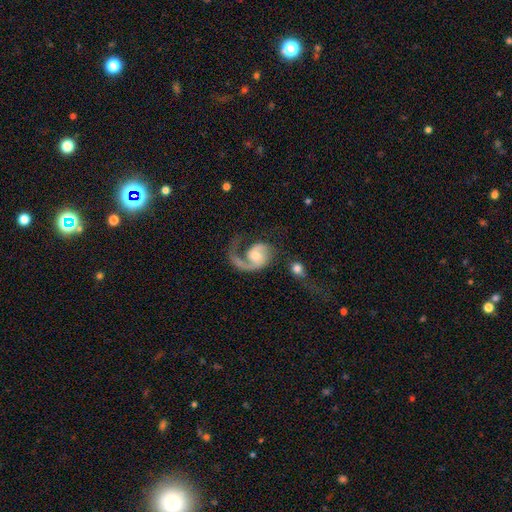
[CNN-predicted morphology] featured or disk 84%, smooth 11%, star or artifact 5%. Down the decision tree: edge-on disk — no (98%); bar — no (62%); spiral arms — yes (96%); spiral arm count — 1 (63%); spiral winding — medium (43%); bulge size — moderate (49%); merging — none (41%).